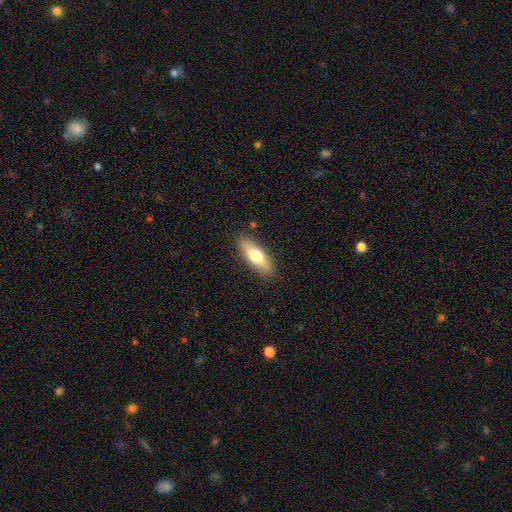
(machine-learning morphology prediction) smooth_or_featured: smooth (p=0.68) [alt: featured or disk p=0.26]
how_rounded: in between (p=0.66) [alt: cigar-shaped p=0.31]
merging: none (p=0.87) [alt: minor disturbance p=0.10]